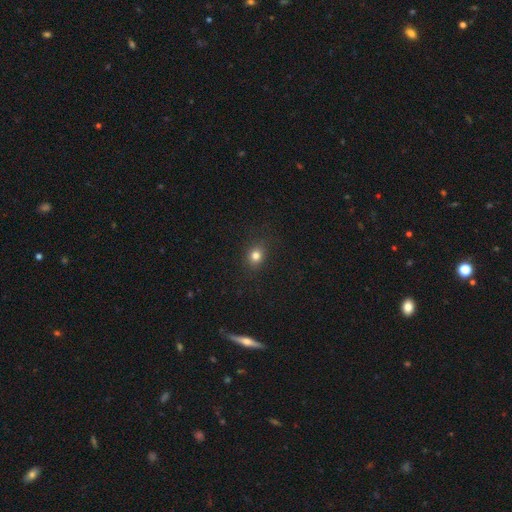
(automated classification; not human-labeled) Smooth or featured? smooth (80%)
How rounded? round (65%)
Merging? none (86%)